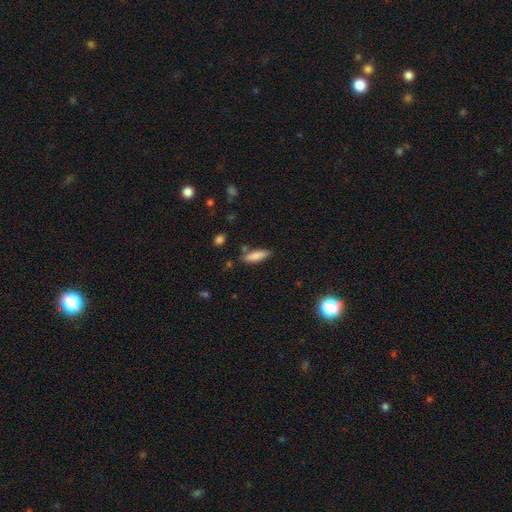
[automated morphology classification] type=smooth (84%); roundness=cigar-shaped (50%); merging=none (77%).